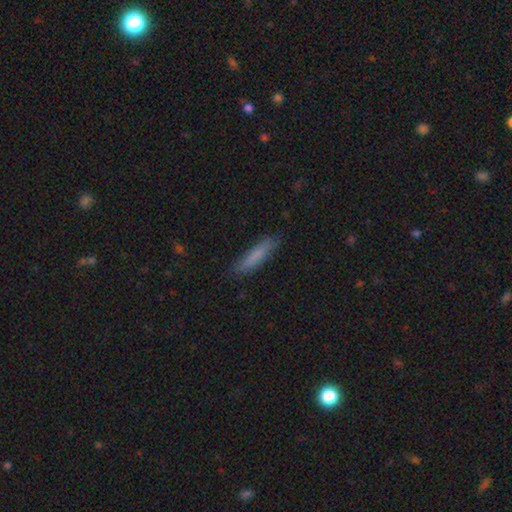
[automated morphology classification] The model was most divided on "smooth or featured": smooth: 78%, featured or disk: 15%, star or artifact: 7%. More confident: how rounded — cigar-shaped (85%); merging — none (84%).